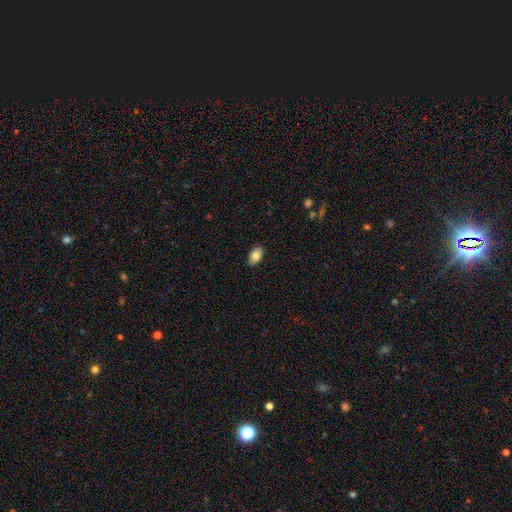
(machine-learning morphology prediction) Smooth or featured? Predicted: smooth (p=0.82). How rounded? Predicted: in between (p=0.93). Merging? Predicted: none (p=0.89).